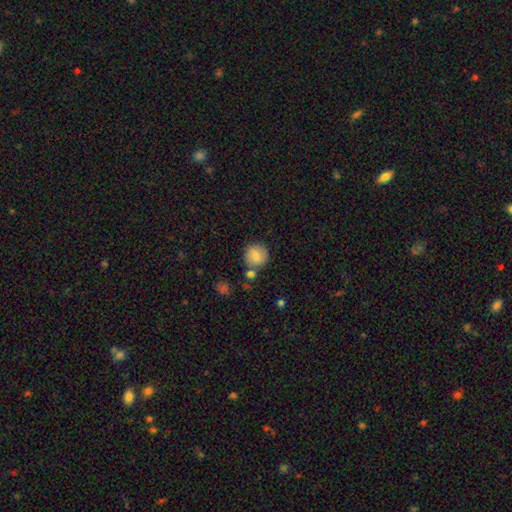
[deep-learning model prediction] smooth-or-featured: smooth: 80% | featured or disk: 11% | star or artifact: 8%
  how-rounded: round: 91% | in between: 8% | cigar-shaped: 1%
  merging: none: 73% | merger: 12% | minor disturbance: 11% | major disturbance: 3%